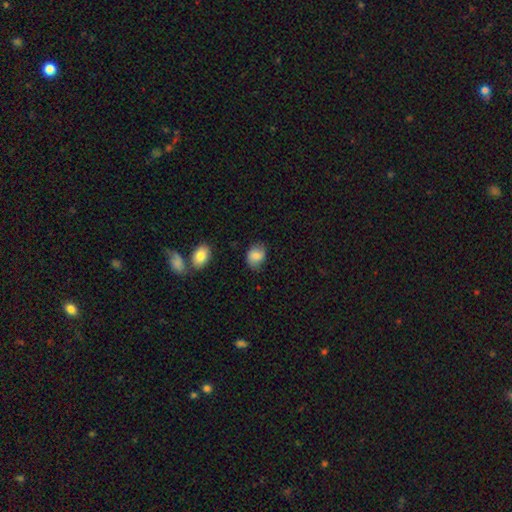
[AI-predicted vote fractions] Smooth or featured? smooth (82%)
How rounded? in between (59%)
Merging? none (71%)